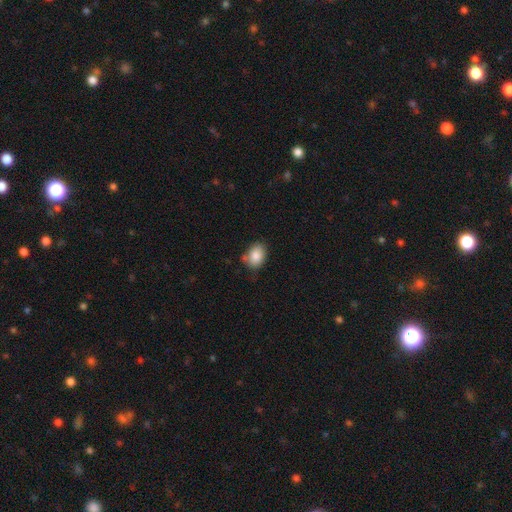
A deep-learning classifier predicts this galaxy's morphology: A smooth galaxy with no disk features (85%) that is in between round and cigar-shaped (70%).

Vote fractions:
- Smooth or featured? smooth: 85% / star or artifact: 8% / featured or disk: 7%
- How rounded? in between: 70% / round: 29% / cigar-shaped: 1%
- Merging? none: 71% / minor disturbance: 20% / merger: 5% / major disturbance: 4%